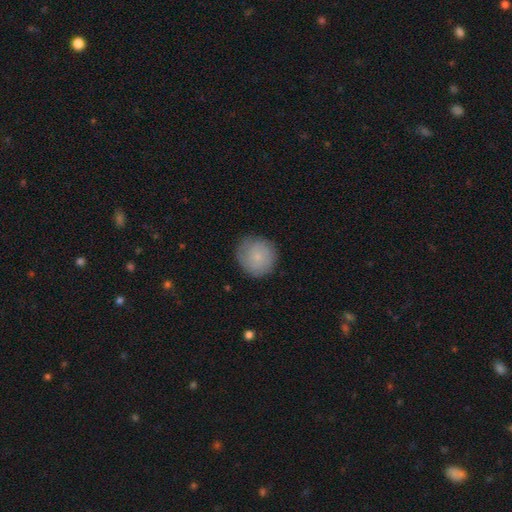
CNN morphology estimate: type=smooth (75%); roundness=round (92%); merging=none (82%).